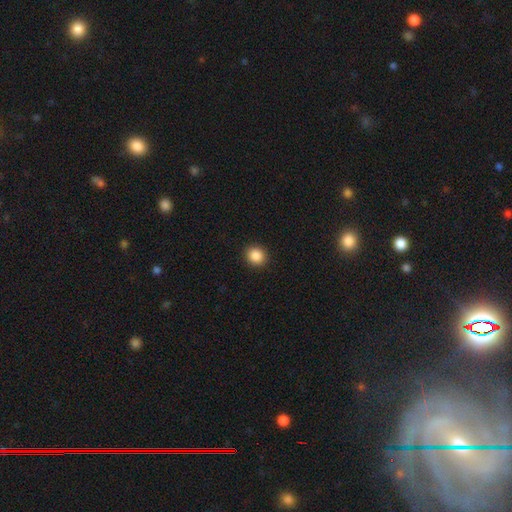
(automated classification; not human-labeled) smooth-or-featured: smooth: 87% | star or artifact: 10% | featured or disk: 3%
  how-rounded: round: 87% | in between: 13% | cigar-shaped: 1%
  merging: none: 92% | minor disturbance: 5% | major disturbance: 2% | merger: 1%